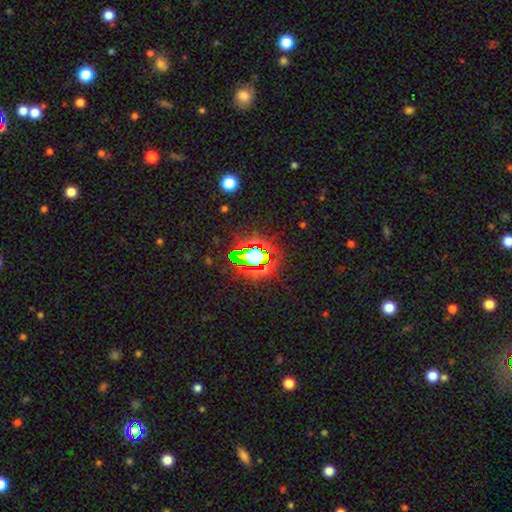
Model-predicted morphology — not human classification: Smooth or featured? Predicted: star or artifact (p=0.71).